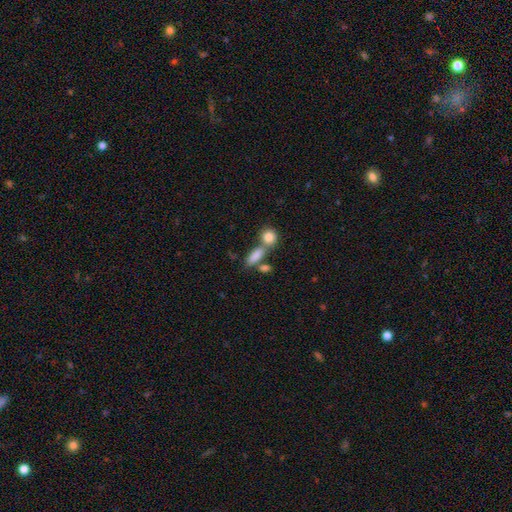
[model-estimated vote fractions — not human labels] The model was most divided on "merging": none: 49%, merger: 33%, minor disturbance: 12%, major disturbance: 5%. More confident: smooth or featured — smooth (83%); how rounded — in between (66%).